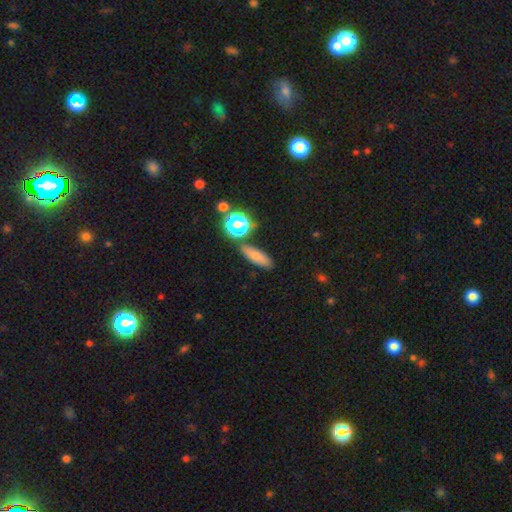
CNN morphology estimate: smooth 72%, star or artifact 15%, featured or disk 14%. Down the decision tree: how rounded — in between (50%); merging — none (77%).